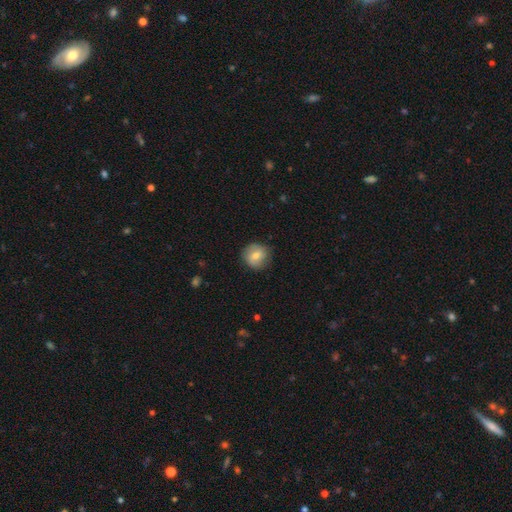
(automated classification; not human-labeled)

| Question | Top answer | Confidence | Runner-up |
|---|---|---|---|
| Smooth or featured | smooth | 72% | featured or disk (20%) |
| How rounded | round | 88% | in between (11%) |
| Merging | none | 82% | minor disturbance (14%) |